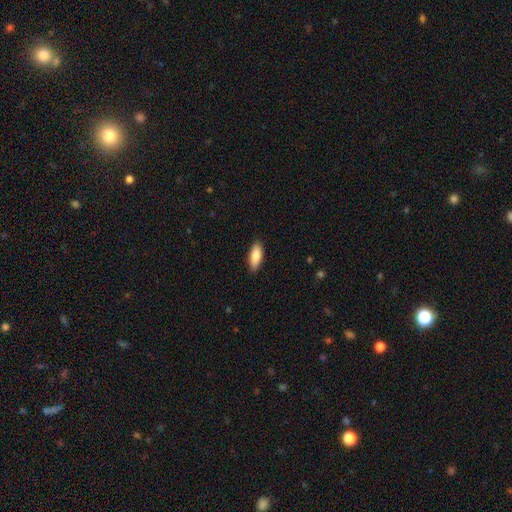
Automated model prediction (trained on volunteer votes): Smooth or featured?
  - smooth: 84% *
  - featured or disk: 11%
  - star or artifact: 6%
How rounded?
  - in between: 71% *
  - cigar-shaped: 28%
  - round: 2%
Merging?
  - none: 89% *
  - minor disturbance: 9%
  - major disturbance: 2%
  - merger: 1%